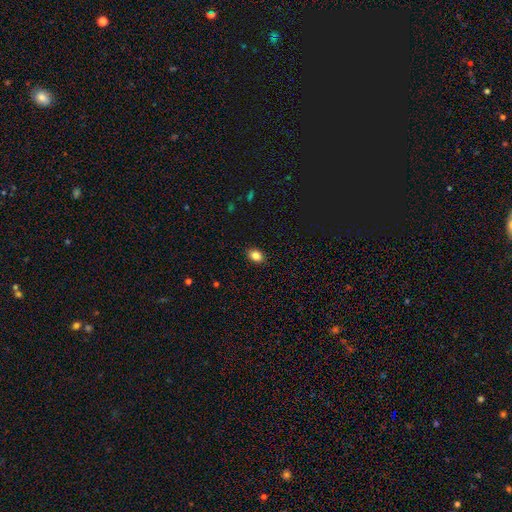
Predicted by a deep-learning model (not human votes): This appears to be a smooth galaxy with no disk features (86%) that is in between round and cigar-shaped (75%). Merging: none (89%).